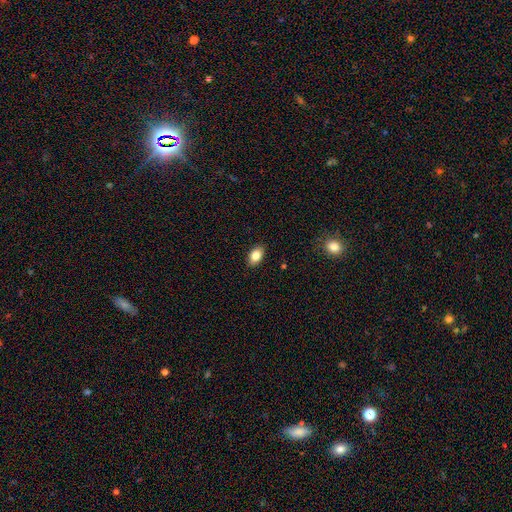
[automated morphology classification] This is clearly a smooth galaxy (84%). How rounded: clearly in between (90%). Merging: clearly none (89%).